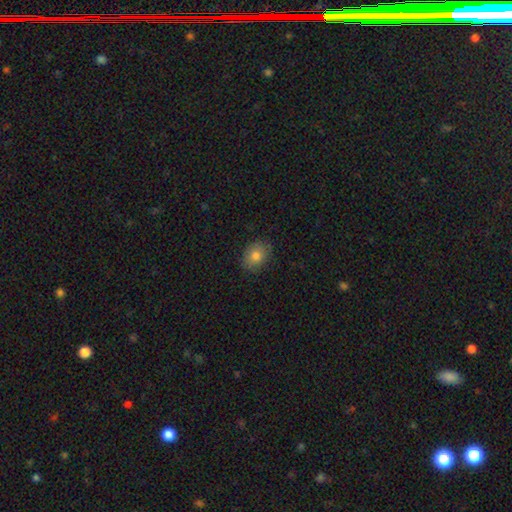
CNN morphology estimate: Smooth or featured? Predicted: smooth (p=0.80). How rounded? Predicted: in between (p=0.61). Merging? Predicted: none (p=0.82).